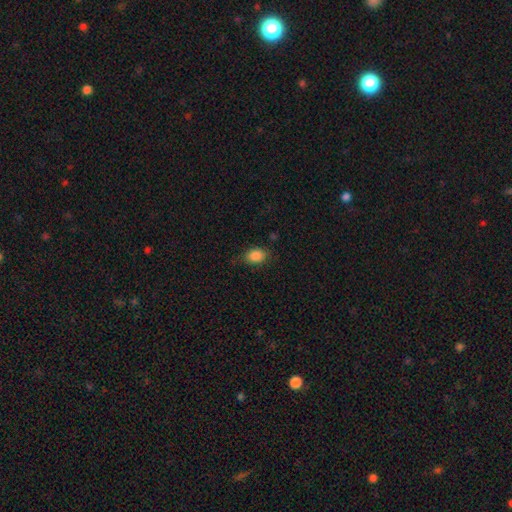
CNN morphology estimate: The model was most divided on "how rounded": in between: 77%, round: 21%, cigar-shaped: 1%. More confident: smooth or featured — smooth (87%); merging — none (77%).